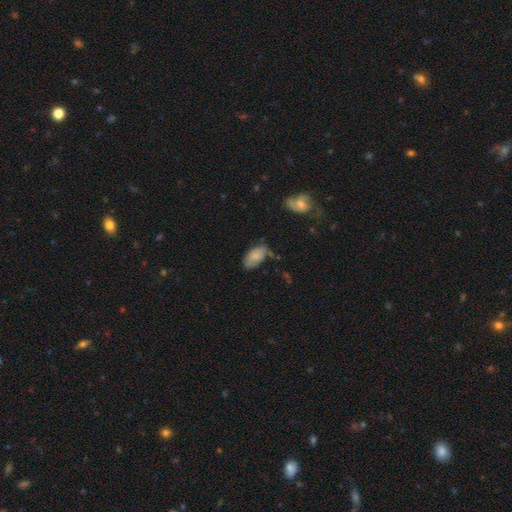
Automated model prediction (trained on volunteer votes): smooth 80%, featured or disk 12%, star or artifact 7%. Down the decision tree: how rounded — in between (94%); merging — none (62%).